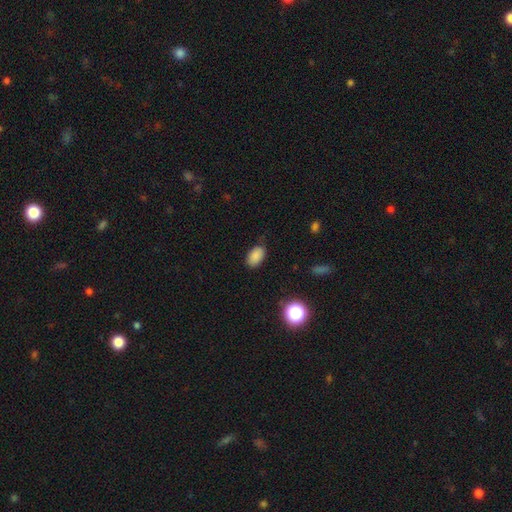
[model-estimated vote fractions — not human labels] This appears to be a smooth galaxy with no disk features (86%) that is in between round and cigar-shaped (91%). Merging: none (80%).